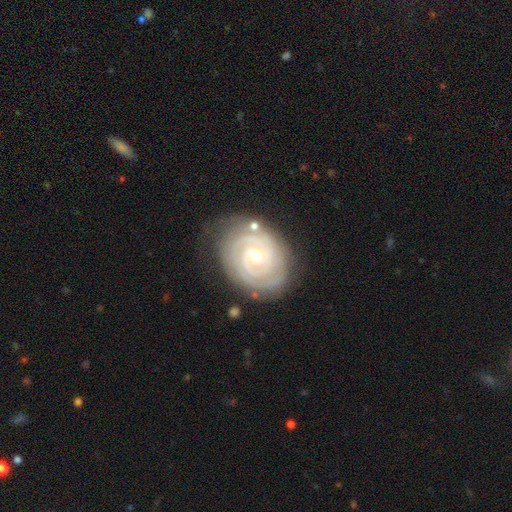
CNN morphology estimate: A featured or disk galaxy (90%) with no bar (45%), 2 (53%) tight (84%) spiral arms (98%) and a small central bulge (59%). Merging: none (77%).